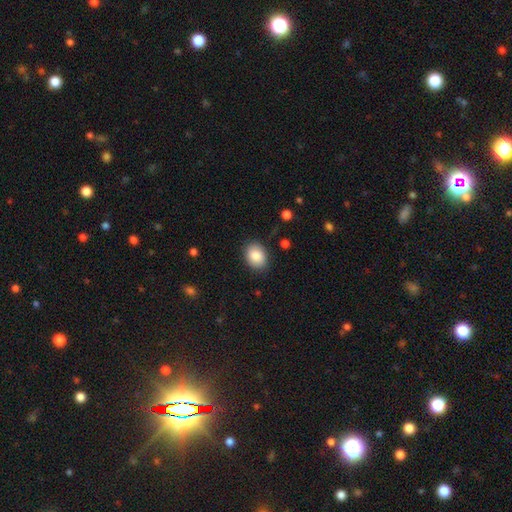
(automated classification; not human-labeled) Smooth or featured? Predicted: smooth (p=0.86). How rounded? Predicted: in between (p=0.68). Merging? Predicted: none (p=0.86).